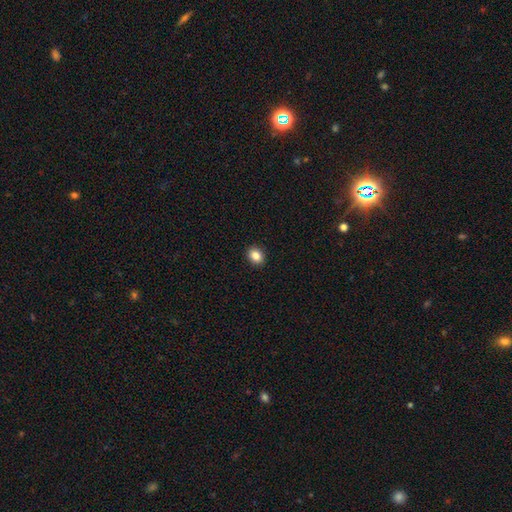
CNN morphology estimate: Smooth or featured: smooth — 85% (star or artifact — 10%)
How rounded: round — 53% (in between — 46%)
Merging: none — 92% (minor disturbance — 6%)